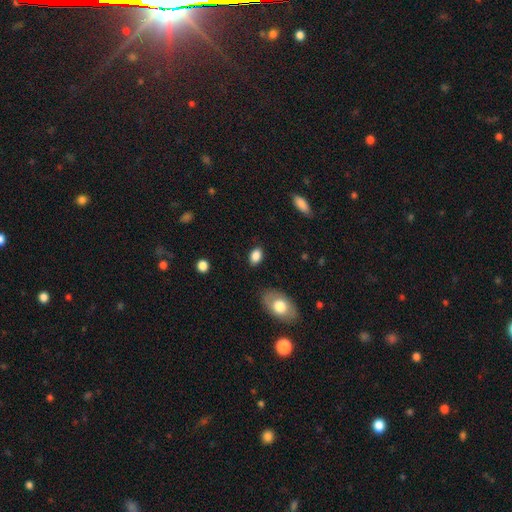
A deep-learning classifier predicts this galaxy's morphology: smooth_or_featured: smooth (p=0.86) [alt: star or artifact p=0.08]
how_rounded: in between (p=0.84) [alt: round p=0.14]
merging: none (p=0.84) [alt: minor disturbance p=0.12]